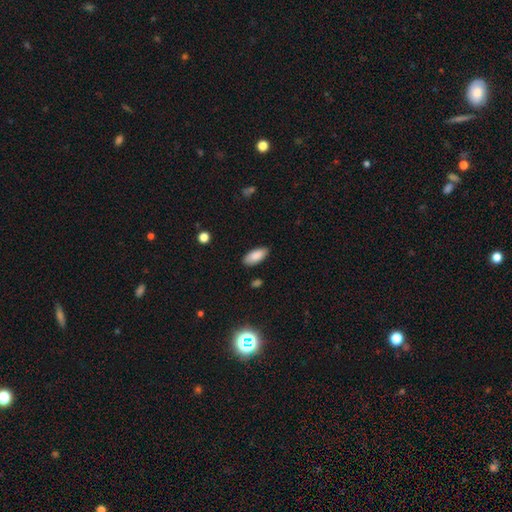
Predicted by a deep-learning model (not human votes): smooth-or-featured: smooth: 87% | star or artifact: 7% | featured or disk: 6%
  how-rounded: in between: 88% | cigar-shaped: 10% | round: 2%
  merging: none: 85% | minor disturbance: 11% | major disturbance: 2% | merger: 1%